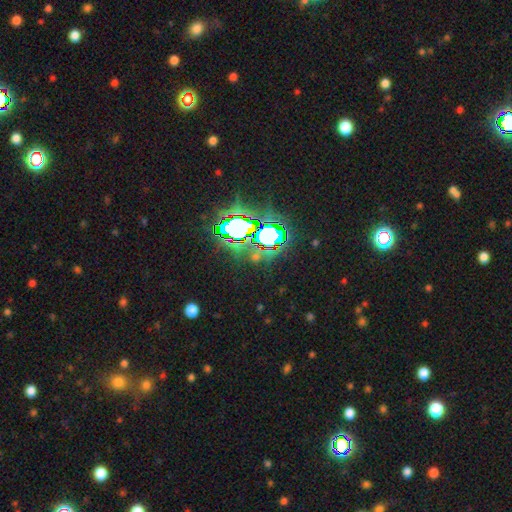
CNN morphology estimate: The model was most divided on "smooth or featured": star or artifact: 78%, smooth: 13%, featured or disk: 9%.